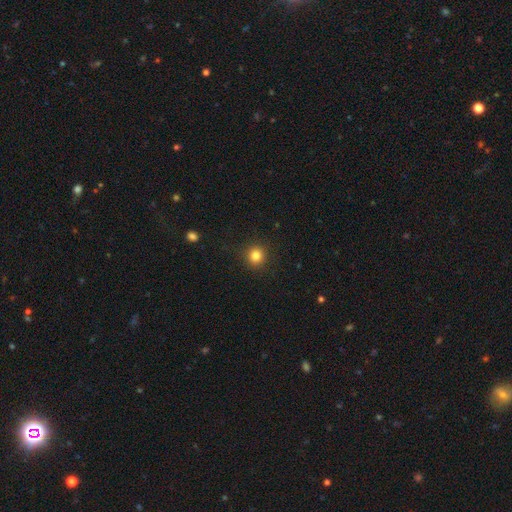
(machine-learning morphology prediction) This appears to be a smooth galaxy with no disk features (82%) that is round (93%). Merging: none (91%).